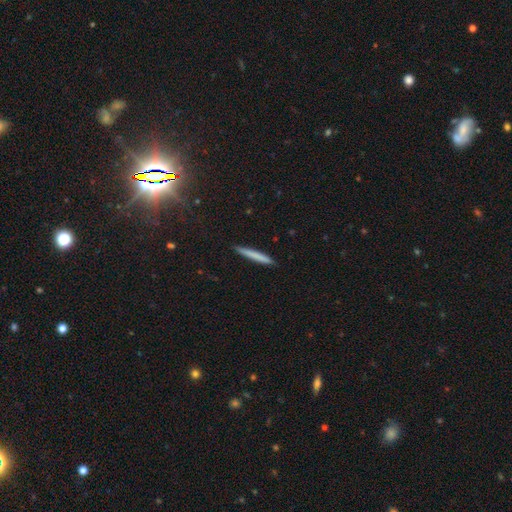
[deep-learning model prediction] The model was most divided on "smooth or featured": smooth: 73%, featured or disk: 21%, star or artifact: 6%. More confident: how rounded — cigar-shaped (96%); merging — none (91%).